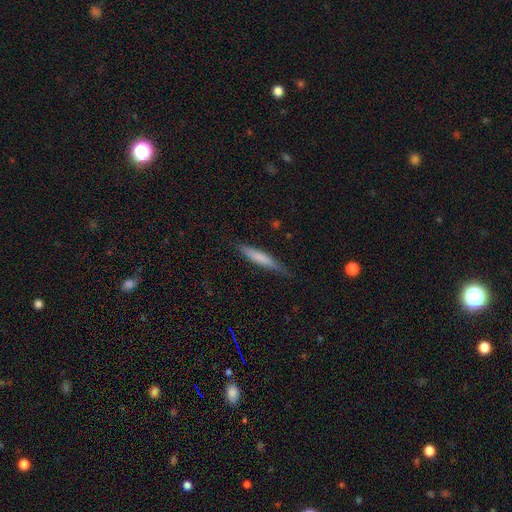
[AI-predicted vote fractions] Smooth or featured? smooth (65%)
How rounded? cigar-shaped (93%)
Merging? none (80%)